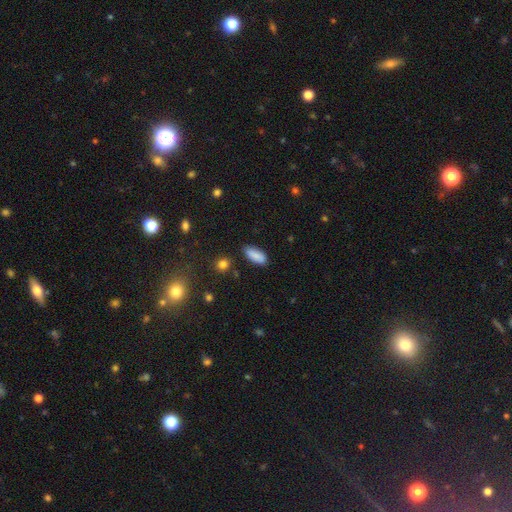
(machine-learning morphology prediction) smooth-or-featured: smooth: 85% | star or artifact: 7% | featured or disk: 7%
  how-rounded: in between: 81% | cigar-shaped: 17% | round: 2%
  merging: none: 81% | minor disturbance: 14% | major disturbance: 3% | merger: 3%